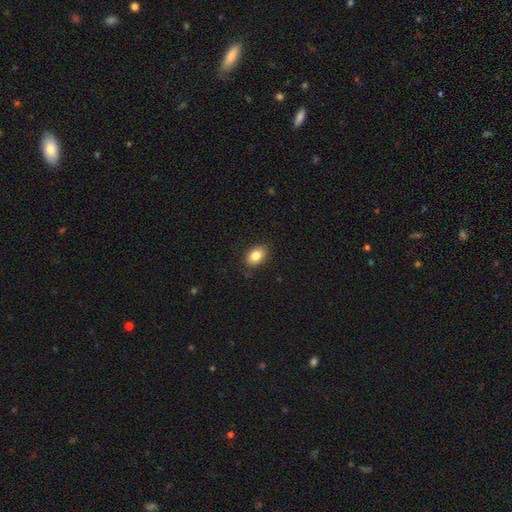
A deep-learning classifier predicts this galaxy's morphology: Smooth or featured? smooth (84%)
How rounded? in between (83%)
Merging? none (84%)